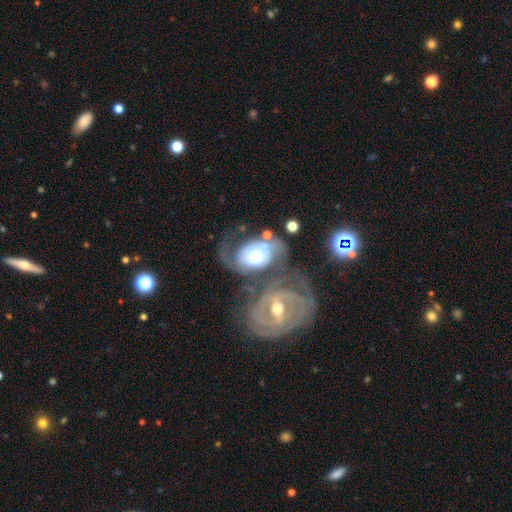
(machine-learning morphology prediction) The model was most divided on "spiral winding": medium: 41%, tight: 39%, loose: 20%. Remaining: edge-on disk — no (97%); spiral arms — yes (87%); smooth or featured — featured or disk (75%); bar — no (69%); spiral arm count — 2 (67%); bulge size — moderate (58%); merging — merger (38%).